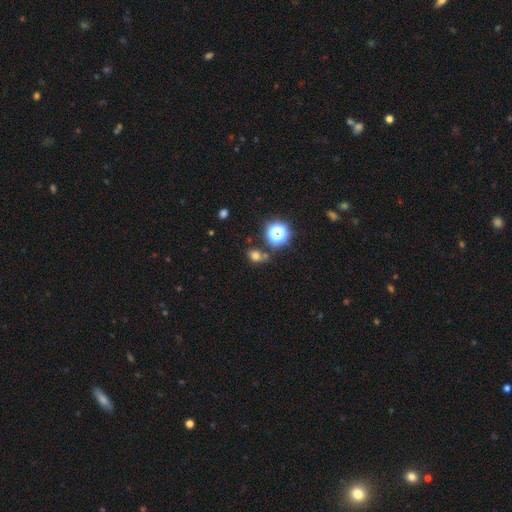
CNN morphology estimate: The model was most divided on "how rounded": in between: 50%, round: 48%, cigar-shaped: 2%. More confident: smooth or featured — smooth (69%); merging — none (66%).